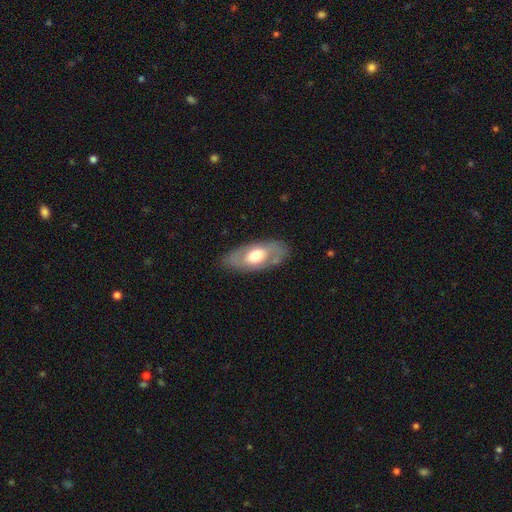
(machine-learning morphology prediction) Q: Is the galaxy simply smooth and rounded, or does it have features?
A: featured or disk — 51%.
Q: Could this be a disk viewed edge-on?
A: no — 84%.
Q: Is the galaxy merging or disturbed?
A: none — 79%.